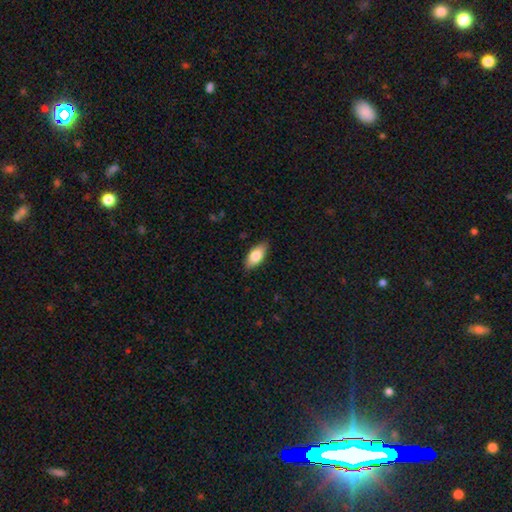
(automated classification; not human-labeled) Smooth or featured? Predicted: smooth (p=0.77). How rounded? Predicted: in between (p=0.88). Merging? Predicted: none (p=0.86).